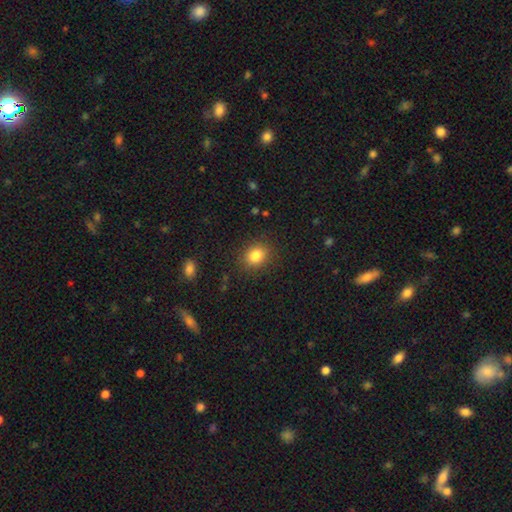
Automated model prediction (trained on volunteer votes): Smooth or featured?
  - smooth: 83% *
  - star or artifact: 11%
  - featured or disk: 6%
How rounded?
  - round: 59% *
  - in between: 40%
  - cigar-shaped: 1%
Merging?
  - none: 87% *
  - minor disturbance: 9%
  - major disturbance: 3%
  - merger: 1%